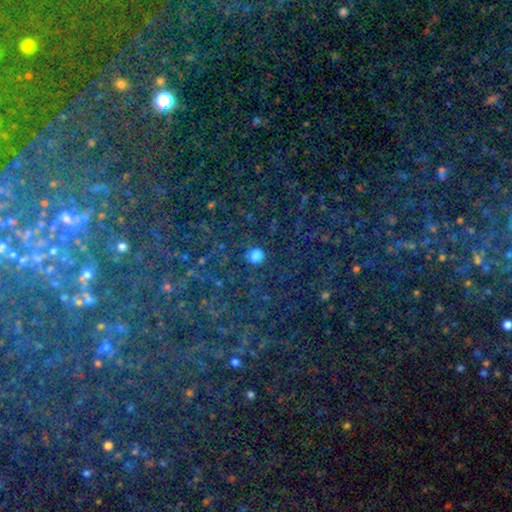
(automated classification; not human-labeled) Smooth or featured?
  - smooth: 47% *
  - star or artifact: 42%
  - featured or disk: 11%
Merging?
  - none: 75% *
  - minor disturbance: 13%
  - major disturbance: 8%
  - merger: 5%